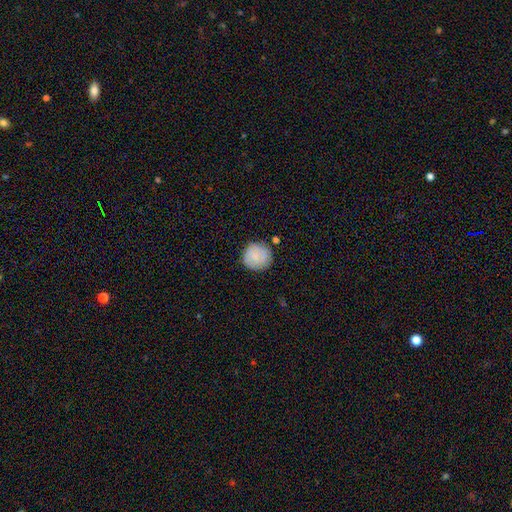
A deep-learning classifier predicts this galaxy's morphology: A smooth galaxy with no disk features (84%) that is round (93%).

Vote fractions:
- Smooth or featured? smooth: 84% / featured or disk: 9% / star or artifact: 7%
- How rounded? round: 93% / in between: 6% / cigar-shaped: 1%
- Merging? none: 83% / minor disturbance: 11% / merger: 3% / major disturbance: 3%